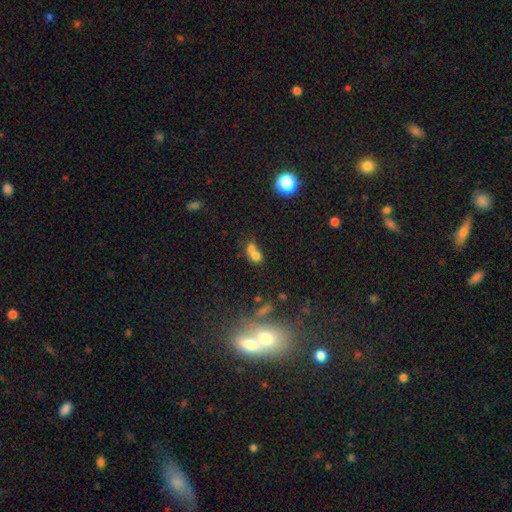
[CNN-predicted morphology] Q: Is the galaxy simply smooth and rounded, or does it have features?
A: smooth — 68%.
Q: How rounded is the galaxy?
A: round — 60%.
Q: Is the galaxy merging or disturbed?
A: merger — 65%.